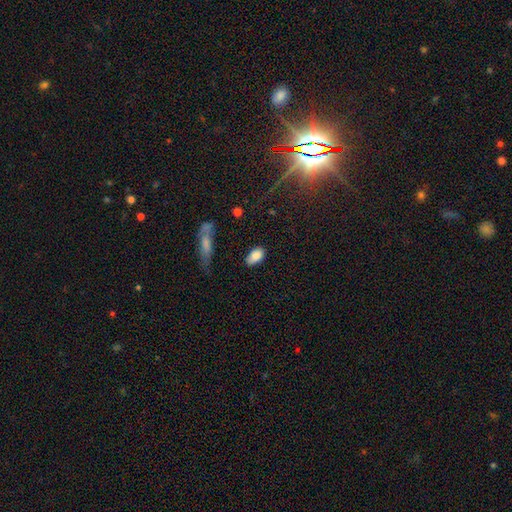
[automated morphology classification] A smooth galaxy with no disk features (87%) that is in between round and cigar-shaped (92%). Merging: none (79%).